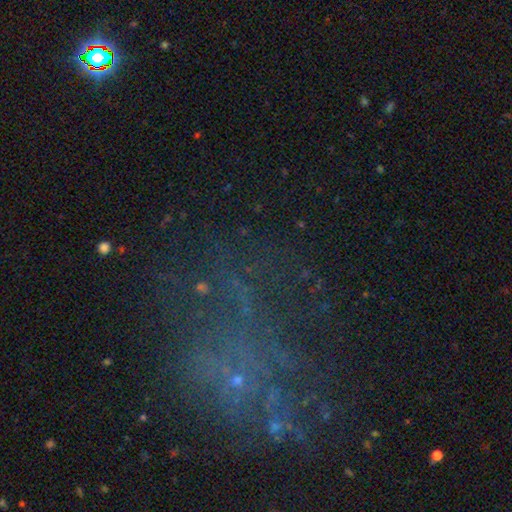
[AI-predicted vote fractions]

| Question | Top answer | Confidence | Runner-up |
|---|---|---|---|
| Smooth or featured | star or artifact | 49% | featured or disk (32%) |